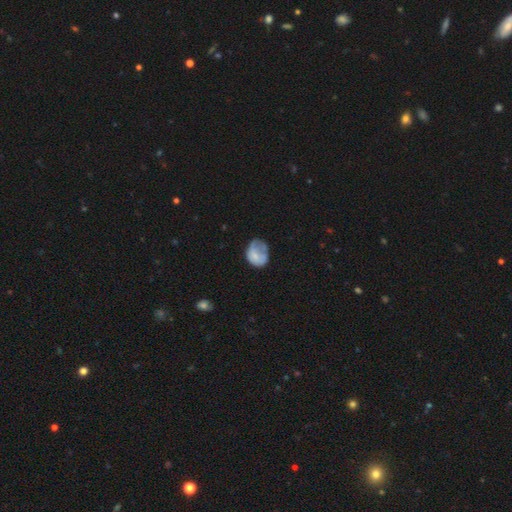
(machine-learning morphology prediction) smooth-or-featured: smooth: 66% | featured or disk: 26% | star or artifact: 8%
  how-rounded: in between: 57% | round: 42% | cigar-shaped: 1%
  merging: minor disturbance: 36% | none: 33% | major disturbance: 28% | merger: 3%